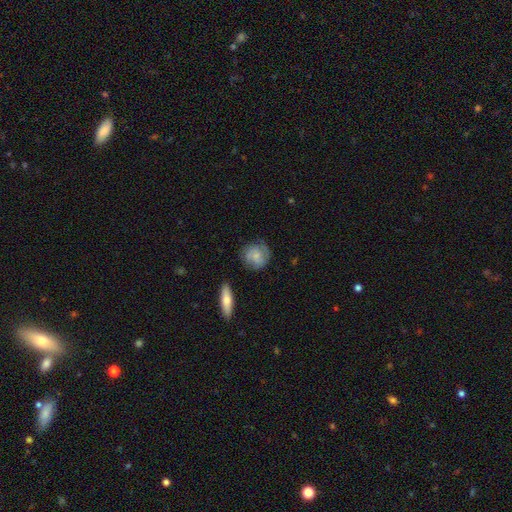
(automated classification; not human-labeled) smooth 54%, featured or disk 40%, star or artifact 7%. Down the decision tree: how rounded — round (81%); merging — none (72%).